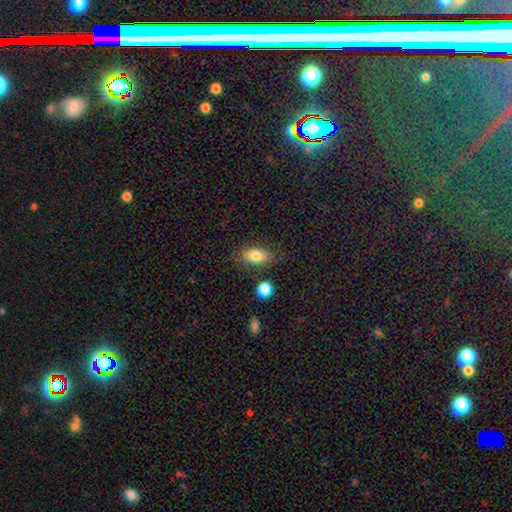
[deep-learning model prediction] Q: Smooth or featured?
A: smooth (81%); runner-up: featured or disk (11%)
Q: How rounded?
A: in between (87%); runner-up: round (8%)
Q: Merging?
A: none (78%); runner-up: minor disturbance (14%)